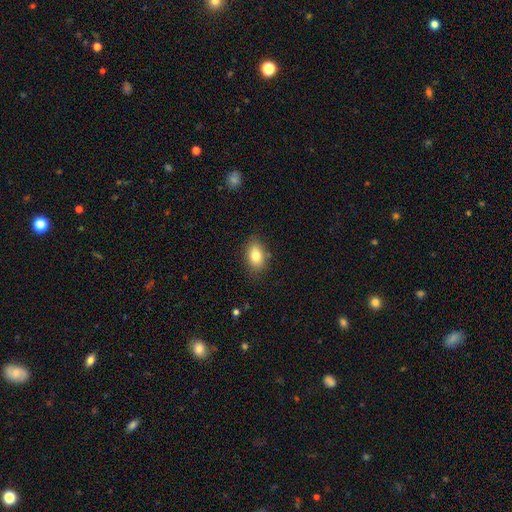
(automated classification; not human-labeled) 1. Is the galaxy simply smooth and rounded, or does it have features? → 80% smooth, 11% featured or disk, 9% star or artifact.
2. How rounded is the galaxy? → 83% in between, 16% round, 2% cigar-shaped.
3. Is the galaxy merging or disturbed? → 83% none, 12% minor disturbance, 3% major disturbance, 2% merger.